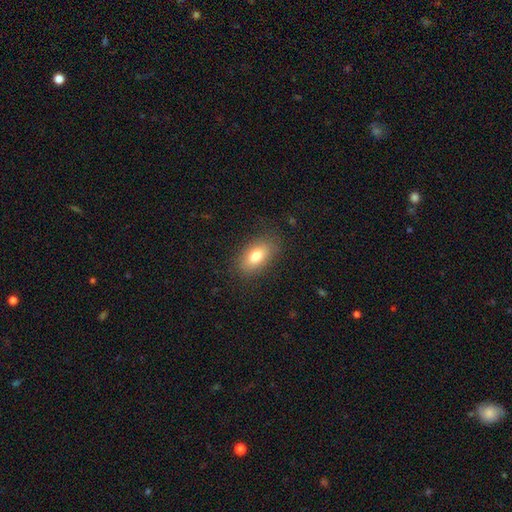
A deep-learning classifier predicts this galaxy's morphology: smooth-or-featured: smooth: 77% | featured or disk: 15% | star or artifact: 9%
  how-rounded: in between: 88% | round: 7% | cigar-shaped: 4%
  merging: none: 84% | minor disturbance: 12% | major disturbance: 4% | merger: 1%